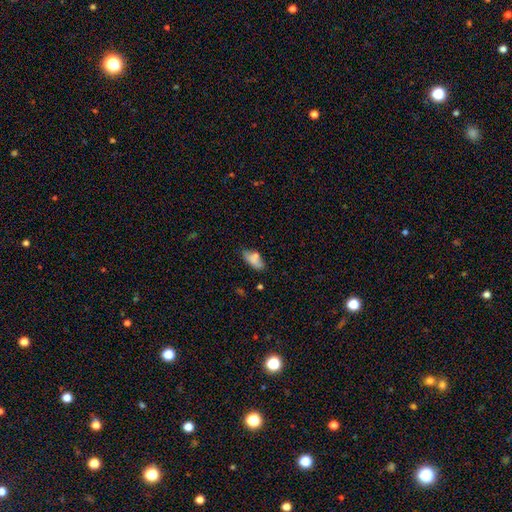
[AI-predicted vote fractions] Q: Smooth or featured?
A: smooth (69%); runner-up: featured or disk (17%)
Q: How rounded?
A: in between (77%); runner-up: cigar-shaped (19%)
Q: Merging?
A: none (69%); runner-up: minor disturbance (21%)